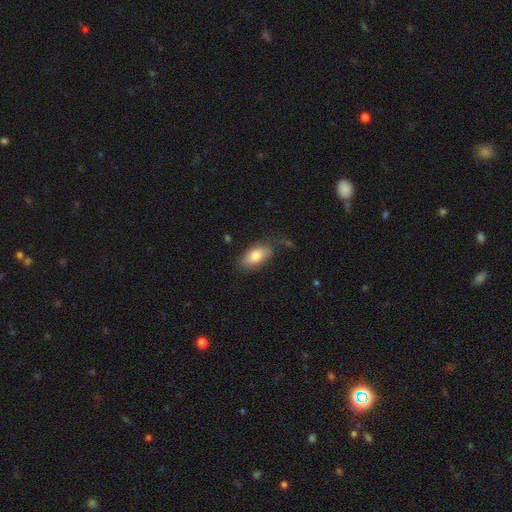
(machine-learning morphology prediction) Smooth or featured? Predicted: smooth (p=0.80). How rounded? Predicted: in between (p=0.90). Merging? Predicted: none (p=0.72).